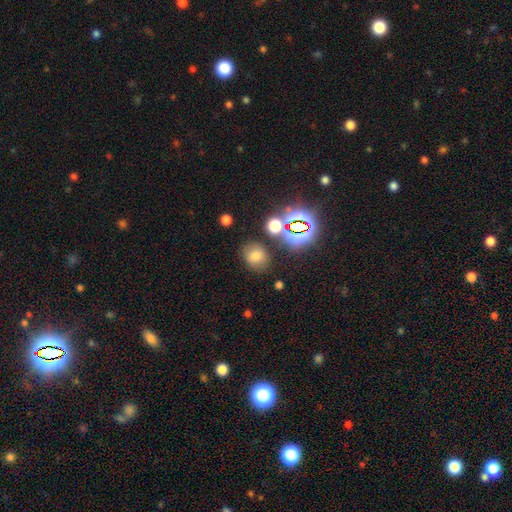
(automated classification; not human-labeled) smooth_or_featured: smooth (p=0.66) [alt: star or artifact p=0.23]
how_rounded: round (p=0.60) [alt: in between p=0.39]
merging: none (p=0.78) [alt: minor disturbance p=0.12]